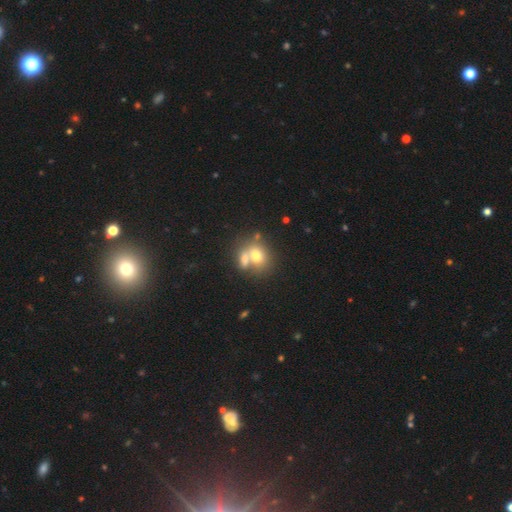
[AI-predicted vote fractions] Overall: smooth (70%). How rounded: round (54%; in between 45%). Merging: merger (52%; none 34%).